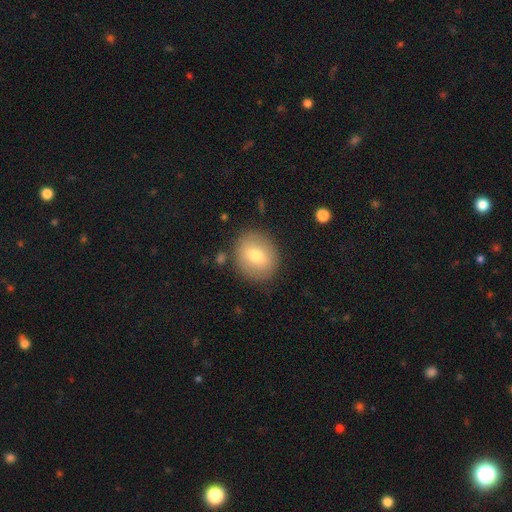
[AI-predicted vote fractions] A smooth galaxy with no disk features (69%) that is round (71%).

Vote fractions:
- Smooth or featured? smooth: 69% / featured or disk: 23% / star or artifact: 8%
- How rounded? round: 71% / in between: 28% / cigar-shaped: 1%
- Merging? none: 85% / minor disturbance: 10% / major disturbance: 3% / merger: 2%